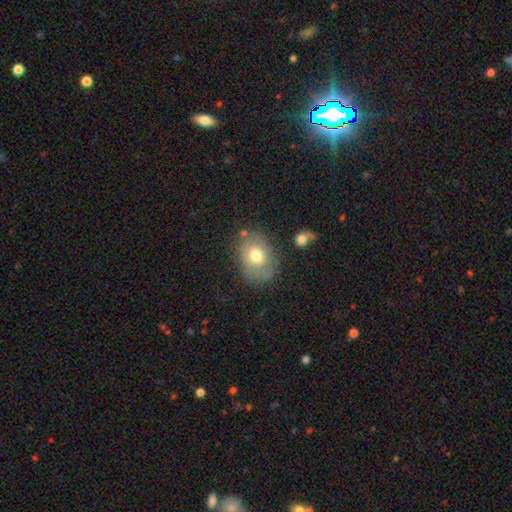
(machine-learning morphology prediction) This is possibly a smooth galaxy (57%). How rounded: likely in between (67%). Merging: likely none (68%).